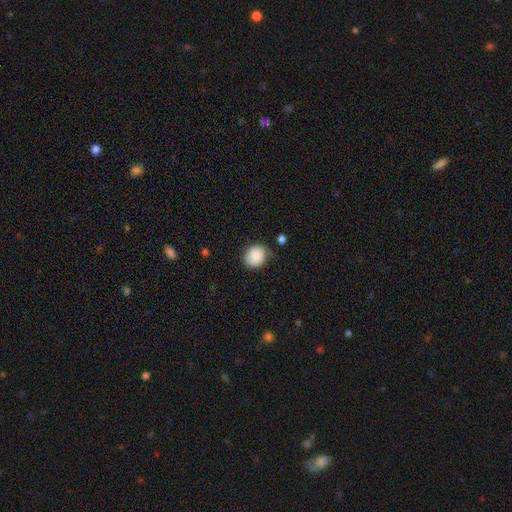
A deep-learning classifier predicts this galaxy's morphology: Smooth or featured? Predicted: smooth (p=0.88). How rounded? Predicted: round (p=0.78). Merging? Predicted: none (p=0.65).